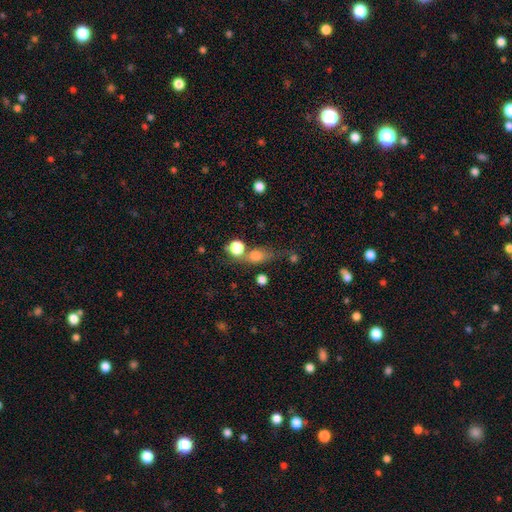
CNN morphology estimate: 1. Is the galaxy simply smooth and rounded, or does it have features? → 72% smooth, 16% star or artifact, 13% featured or disk.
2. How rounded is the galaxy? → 46% in between, 45% round, 9% cigar-shaped.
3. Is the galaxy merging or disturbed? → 47% none, 27% merger, 17% minor disturbance, 10% major disturbance.